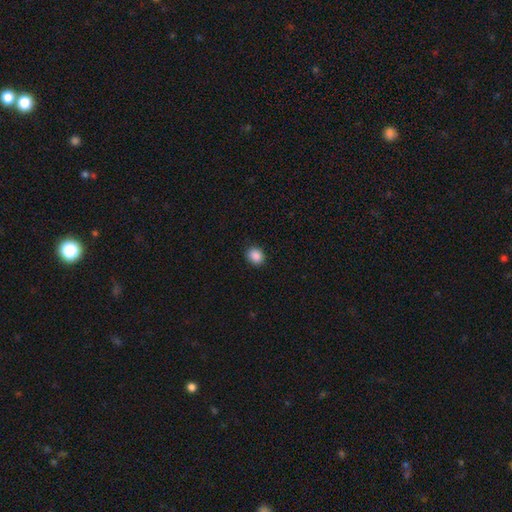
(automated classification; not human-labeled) A smooth galaxy with no disk features (88%) that is round (64%). Merging: none (90%).